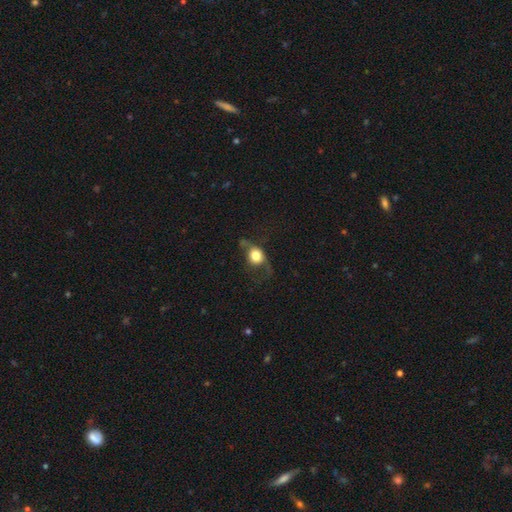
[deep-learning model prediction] Smooth or featured? smooth (64%)
How rounded? round (69%)
Merging? none (38%)